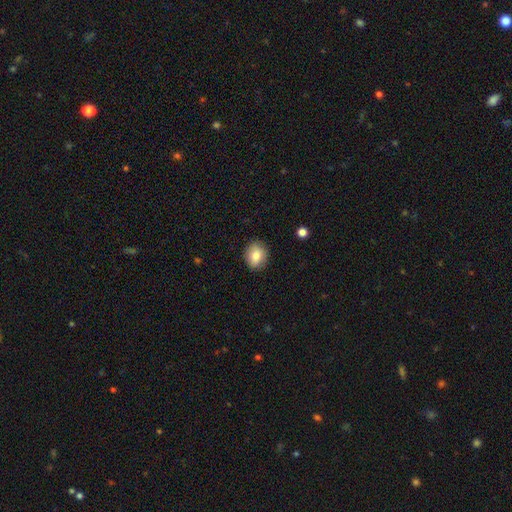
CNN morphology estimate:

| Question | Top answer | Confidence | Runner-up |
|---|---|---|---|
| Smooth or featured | smooth | 78% | featured or disk (13%) |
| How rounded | round | 60% | in between (39%) |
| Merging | none | 86% | minor disturbance (11%) |